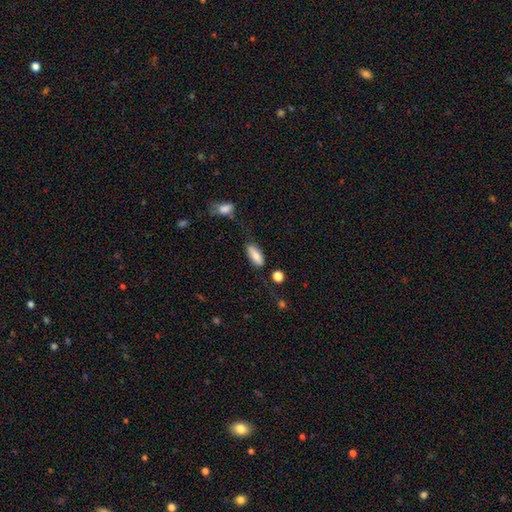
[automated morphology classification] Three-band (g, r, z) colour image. It shows a smooth galaxy with no disk features (79%) that is in between round and cigar-shaped (78%). Merging: none (68%).